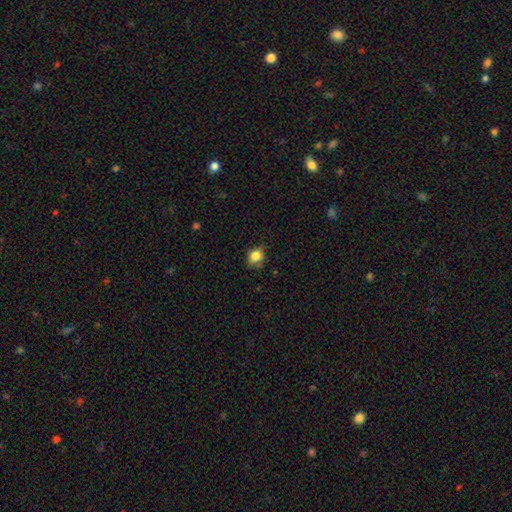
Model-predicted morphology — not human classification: Smooth or featured? smooth (82%)
How rounded? round (72%)
Merging? none (64%)